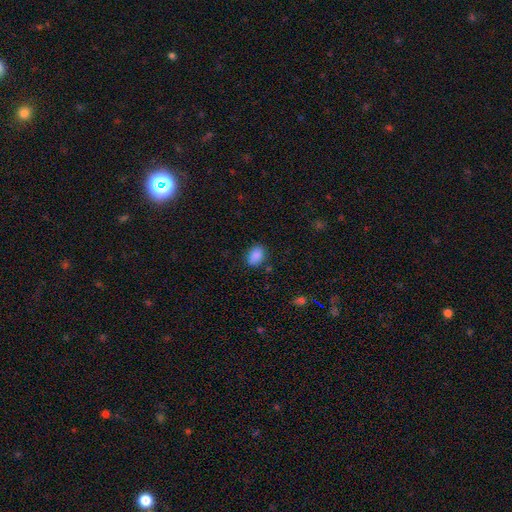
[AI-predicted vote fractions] A smooth galaxy with no disk features (88%) that is in between round and cigar-shaped (75%).

Vote fractions:
- Smooth or featured? smooth: 88% / star or artifact: 8% / featured or disk: 4%
- How rounded? in between: 75% / round: 24% / cigar-shaped: 1%
- Merging? none: 81% / minor disturbance: 14% / major disturbance: 3% / merger: 2%